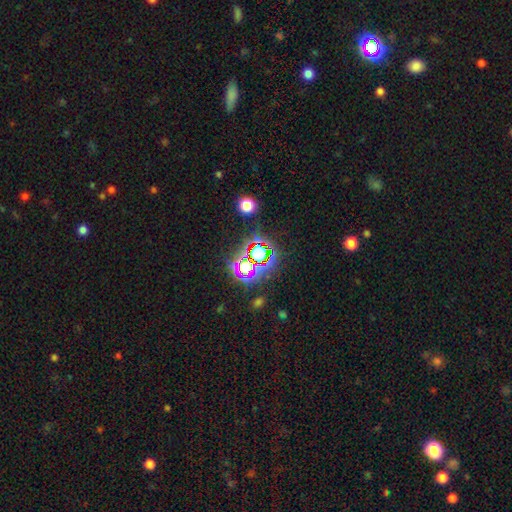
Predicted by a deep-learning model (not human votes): smooth_or_featured: star or artifact (p=0.76) [alt: smooth p=0.15]